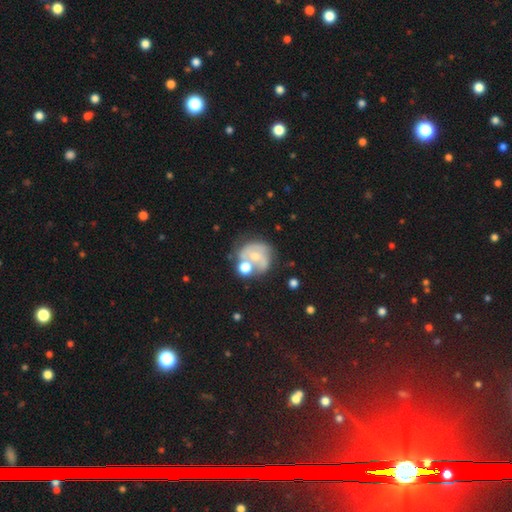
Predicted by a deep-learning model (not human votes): smooth-or-featured: featured or disk: 57% | smooth: 33% | star or artifact: 10%
  disk-edge-on: no: 98% | yes: 2%
    bar: no: 70% | weak: 24% | strong: 6%
    has-spiral-arms: yes: 62% | no: 38%
    bulge-size: moderate: 45% | small: 42% | none: 8% | large: 4% | dominant: 2%
  merging: none: 37% | merger: 29% | minor disturbance: 18% | major disturbance: 15%